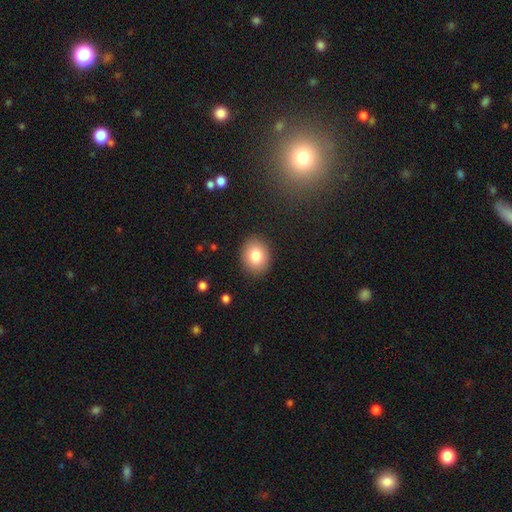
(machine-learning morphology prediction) Smooth or featured?
  - smooth: 80% *
  - featured or disk: 10%
  - star or artifact: 9%
How rounded?
  - round: 57% *
  - in between: 42%
  - cigar-shaped: 1%
Merging?
  - none: 89% *
  - minor disturbance: 8%
  - major disturbance: 2%
  - merger: 1%